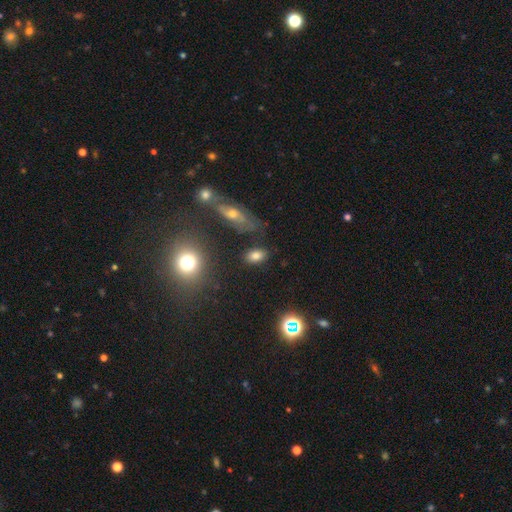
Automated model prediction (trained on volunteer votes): Smooth or featured? smooth (77%)
How rounded? in between (85%)
Merging? none (79%)